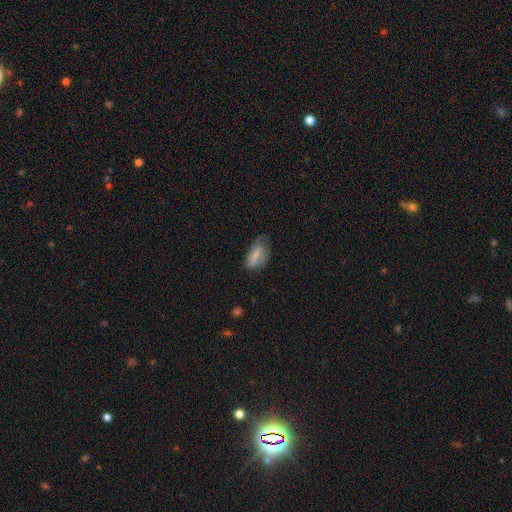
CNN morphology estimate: Q: Smooth or featured?
A: smooth (61%); runner-up: featured or disk (31%)
Q: How rounded?
A: in between (85%); runner-up: cigar-shaped (9%)
Q: Merging?
A: none (40%); runner-up: minor disturbance (35%)